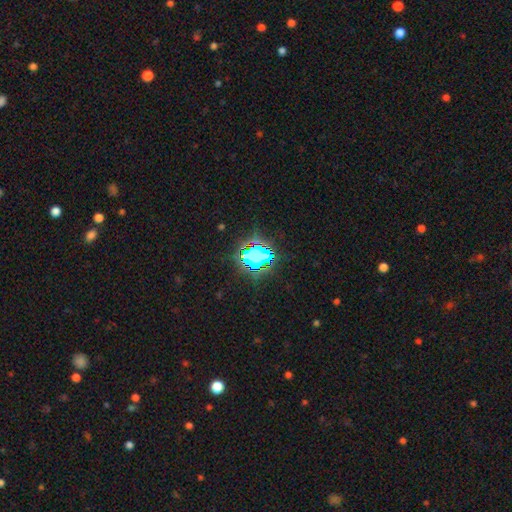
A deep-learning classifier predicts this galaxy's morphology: Q: Smooth or featured?
A: star or artifact (60%); runner-up: smooth (28%)